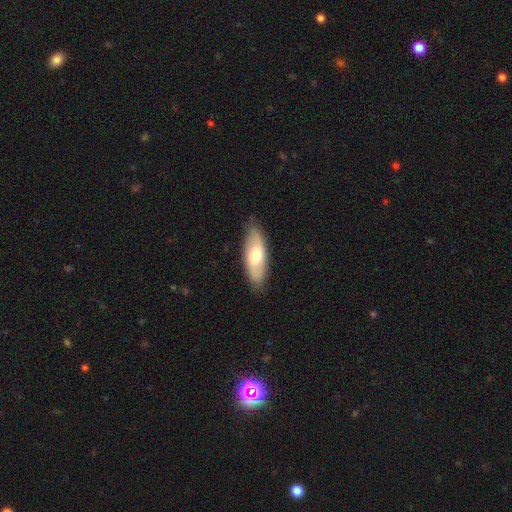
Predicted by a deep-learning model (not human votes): A smooth galaxy with no disk features (55%) that is in between round and cigar-shaped (65%).

Vote fractions:
- Smooth or featured? smooth: 55% / featured or disk: 40% / star or artifact: 5%
- How rounded? in between: 65% / cigar-shaped: 33% / round: 2%
- Merging? none: 84% / minor disturbance: 13% / major disturbance: 2% / merger: 1%